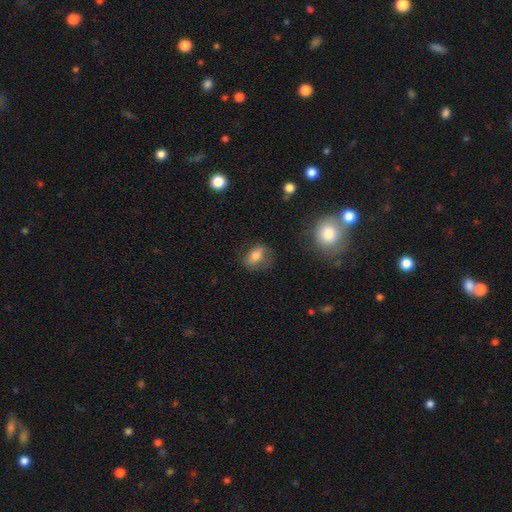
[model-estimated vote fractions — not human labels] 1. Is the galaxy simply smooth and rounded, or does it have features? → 74% smooth, 15% featured or disk, 11% star or artifact.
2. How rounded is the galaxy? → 80% in between, 16% round, 4% cigar-shaped.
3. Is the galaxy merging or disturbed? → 65% none, 24% minor disturbance, 10% major disturbance, 2% merger.